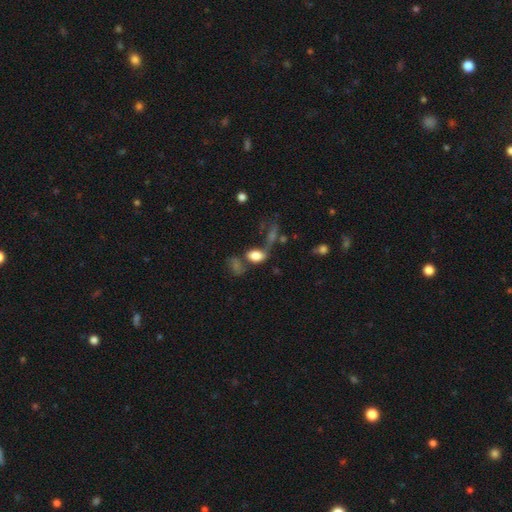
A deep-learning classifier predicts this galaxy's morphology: This appears to be a smooth galaxy with no disk features (70%) that is in between round and cigar-shaped (84%). Merging: none (37%).